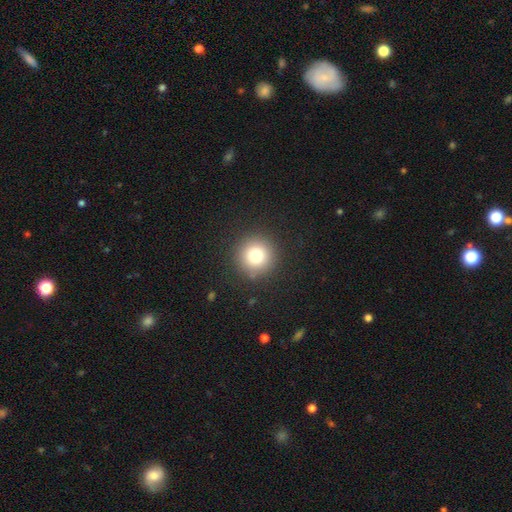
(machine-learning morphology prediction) Smooth or featured: smooth — 78% (star or artifact — 13%)
How rounded: round — 95% (in between — 4%)
Merging: none — 90% (minor disturbance — 6%)